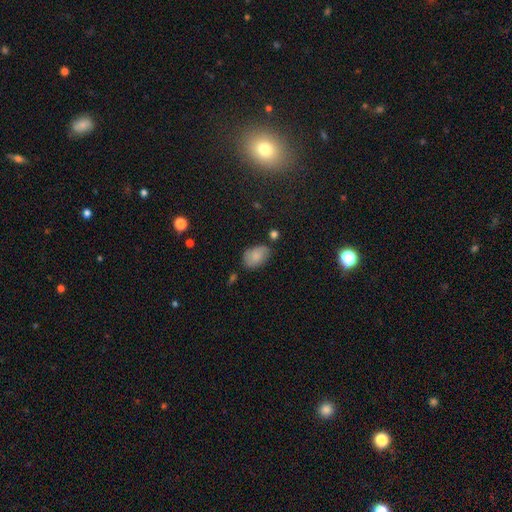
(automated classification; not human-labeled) smooth 81%, featured or disk 11%, star or artifact 8%. Down the decision tree: how rounded — in between (88%); merging — none (69%).